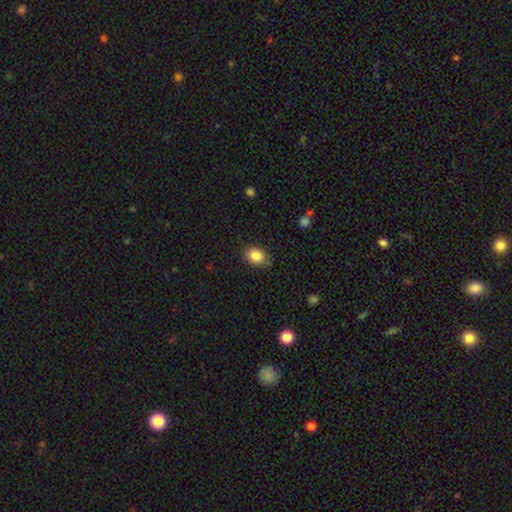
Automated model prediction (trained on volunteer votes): The model was most divided on "how rounded": in between: 66%, round: 32%, cigar-shaped: 1%. More confident: smooth or featured — smooth (84%); merging — none (75%).